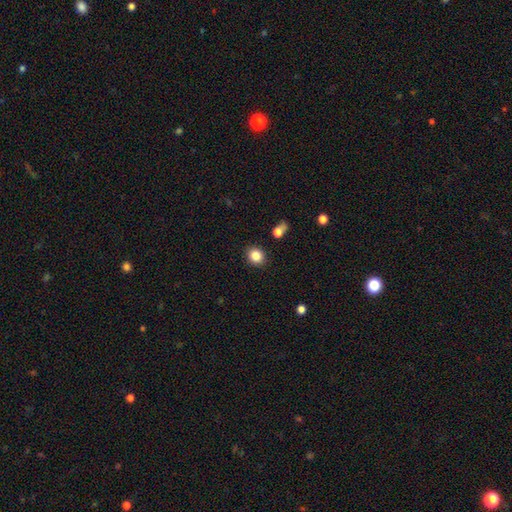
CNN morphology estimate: Smooth or featured?
  - smooth: 85% *
  - star or artifact: 10%
  - featured or disk: 5%
How rounded?
  - round: 72% *
  - in between: 27%
  - cigar-shaped: 1%
Merging?
  - none: 88% *
  - minor disturbance: 7%
  - merger: 2%
  - major disturbance: 2%